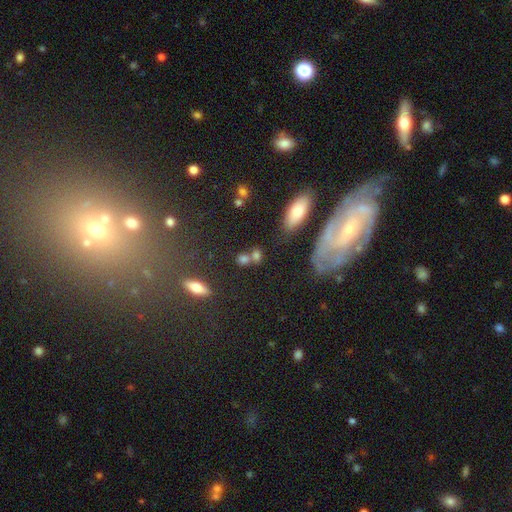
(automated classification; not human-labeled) Overall: smooth (71%). How rounded: round (56%; in between 40%). Merging: none (46%; merger 37%).